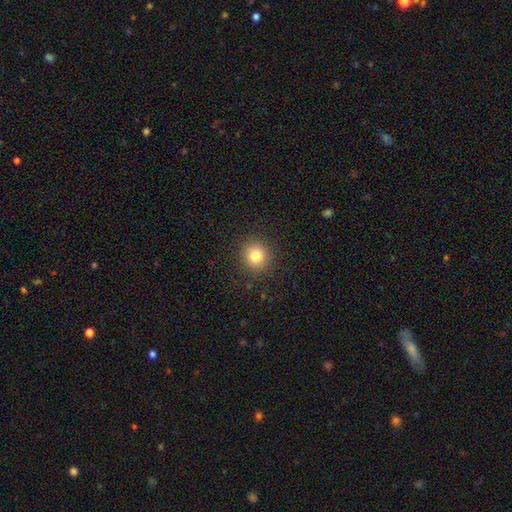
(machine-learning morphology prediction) smooth 83%, star or artifact 11%, featured or disk 6%. Down the decision tree: how rounded — round (89%); merging — none (89%).